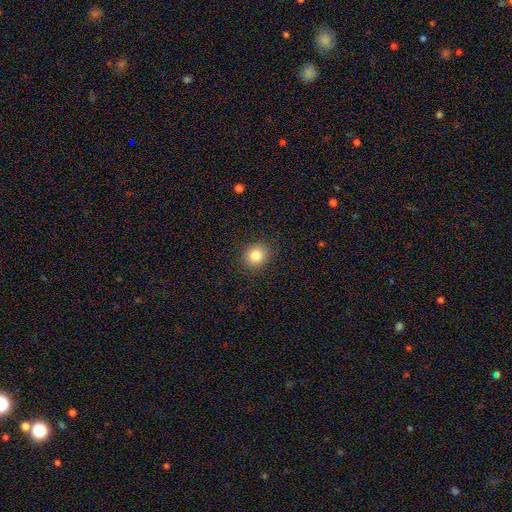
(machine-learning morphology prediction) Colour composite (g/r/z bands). It shows a smooth galaxy with no disk features (83%) that is round (80%). Merging: none (90%).